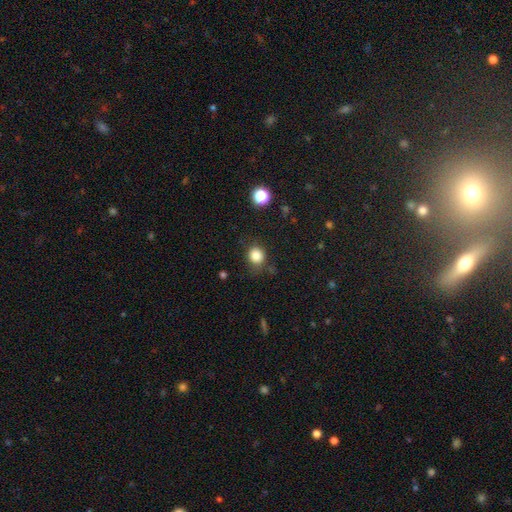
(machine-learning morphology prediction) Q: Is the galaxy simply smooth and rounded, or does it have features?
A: smooth — 83%.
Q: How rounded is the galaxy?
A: round — 79%.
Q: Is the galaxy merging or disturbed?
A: none — 76%.